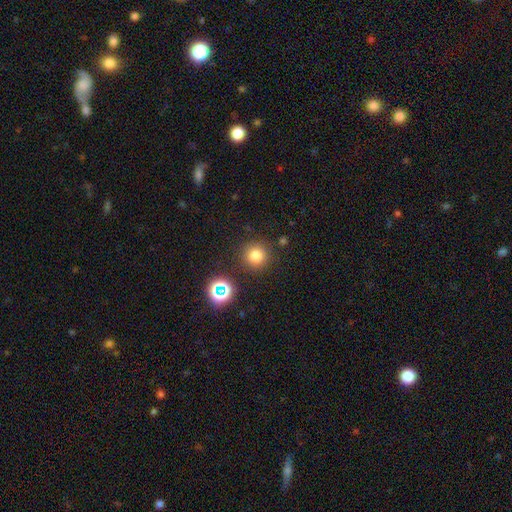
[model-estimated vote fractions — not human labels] smooth 76%, star or artifact 18%, featured or disk 6%. Down the decision tree: how rounded — round (95%); merging — none (87%).